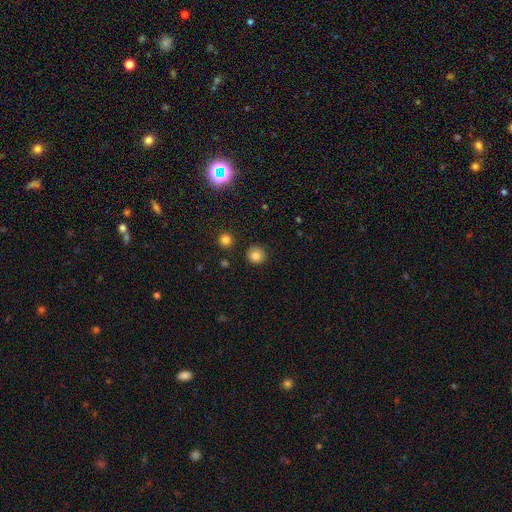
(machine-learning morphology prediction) Smooth or featured? smooth (84%)
How rounded? round (93%)
Merging? none (88%)